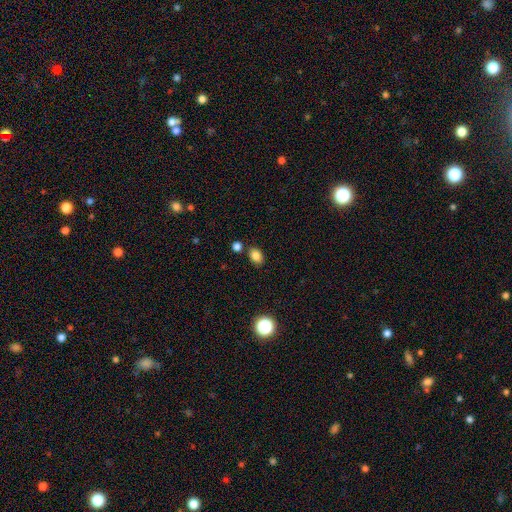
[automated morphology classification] Smooth or featured? Predicted: smooth (p=0.83). How rounded? Predicted: in between (p=0.76). Merging? Predicted: none (p=0.80).